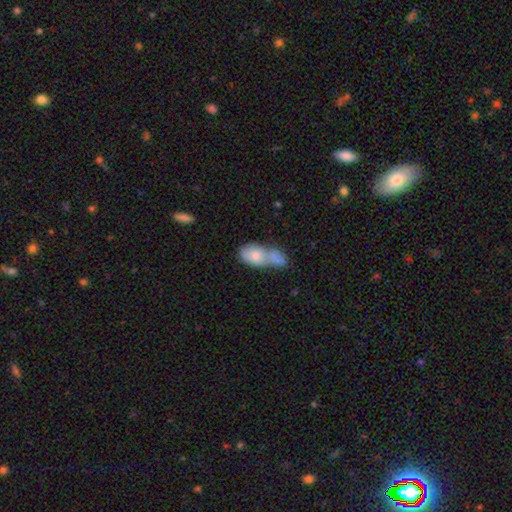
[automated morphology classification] smooth-or-featured: smooth: 71% | featured or disk: 23% | star or artifact: 7%
  how-rounded: in between: 84% | round: 11% | cigar-shaped: 5%
  merging: merger: 65% | none: 16% | minor disturbance: 11% | major disturbance: 9%